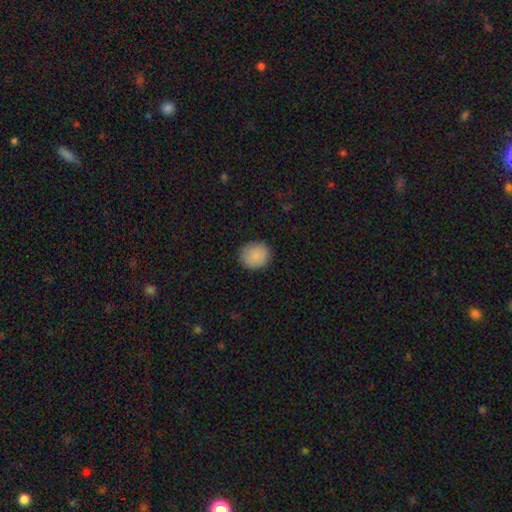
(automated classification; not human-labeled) Smooth or featured? smooth (88%)
How rounded? round (85%)
Merging? none (88%)